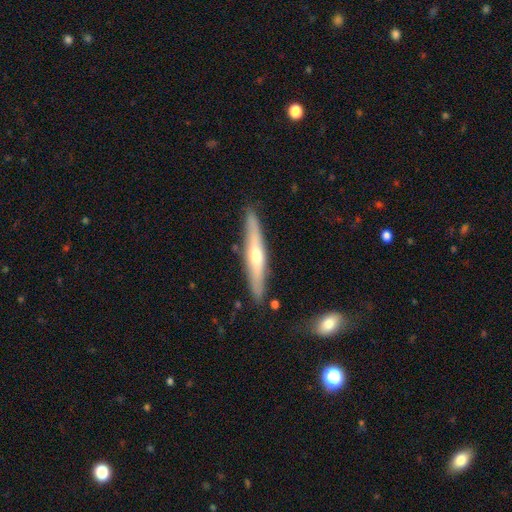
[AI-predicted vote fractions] smooth_or_featured: featured or disk (p=0.55) [alt: smooth p=0.40]
disk_edge_on: yes (p=0.92) [alt: no p=0.08]
edge_on_bulge: rounded (p=0.82) [alt: none p=0.13]
merging: none (p=0.86) [alt: minor disturbance p=0.10]